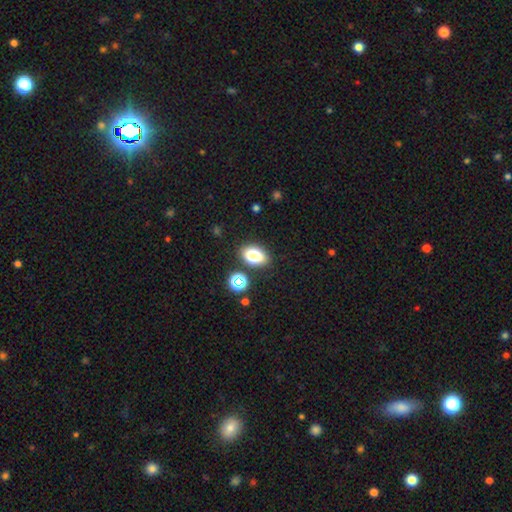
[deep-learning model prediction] Smooth or featured? Predicted: smooth (p=0.76). How rounded? Predicted: in between (p=0.79). Merging? Predicted: none (p=0.74).